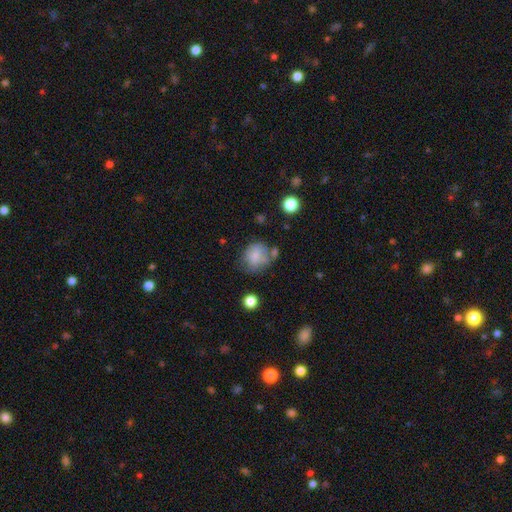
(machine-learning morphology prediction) smooth-or-featured: smooth: 73% | featured or disk: 18% | star or artifact: 10%
  how-rounded: round: 66% | in between: 33% | cigar-shaped: 1%
  merging: none: 47% | minor disturbance: 27% | major disturbance: 15% | merger: 12%